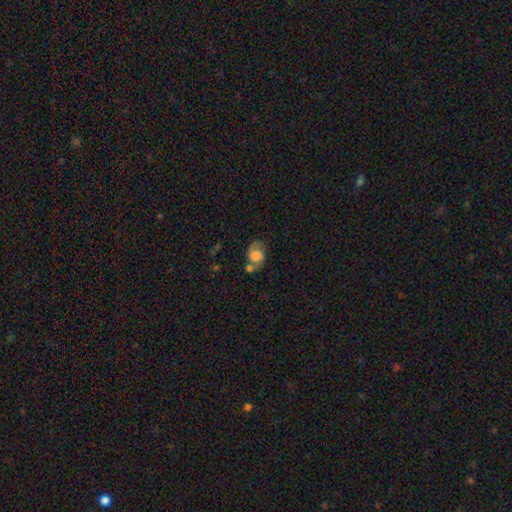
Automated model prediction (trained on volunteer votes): smooth_or_featured: smooth (p=0.50) [alt: featured or disk p=0.41]
merging: none (p=0.39) [alt: merger p=0.30]